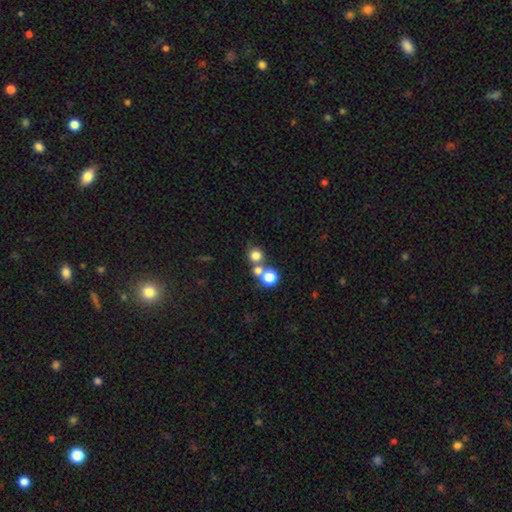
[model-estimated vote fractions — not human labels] Smooth or featured? Predicted: smooth (p=0.76). How rounded? Predicted: round (p=0.90). Merging? Predicted: none (p=0.56).